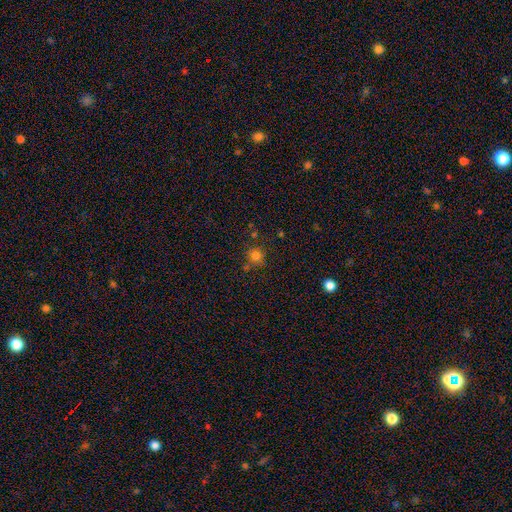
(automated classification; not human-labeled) Q: Smooth or featured?
A: smooth (77%); runner-up: star or artifact (17%)
Q: How rounded?
A: round (88%); runner-up: in between (11%)
Q: Merging?
A: none (72%); runner-up: minor disturbance (13%)